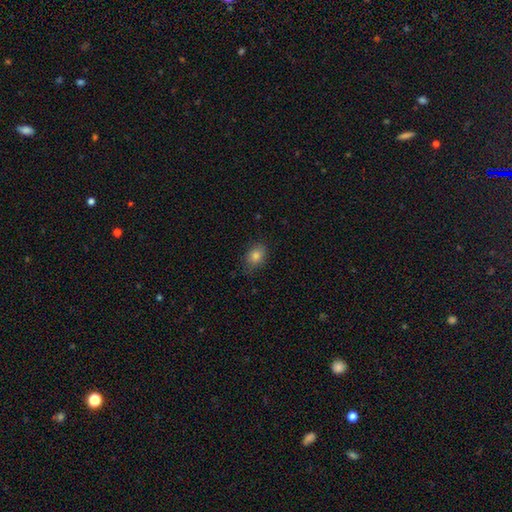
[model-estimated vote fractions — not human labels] Smooth or featured: smooth — 81% (star or artifact — 12%)
How rounded: in between — 66% (round — 33%)
Merging: none — 81% (minor disturbance — 15%)